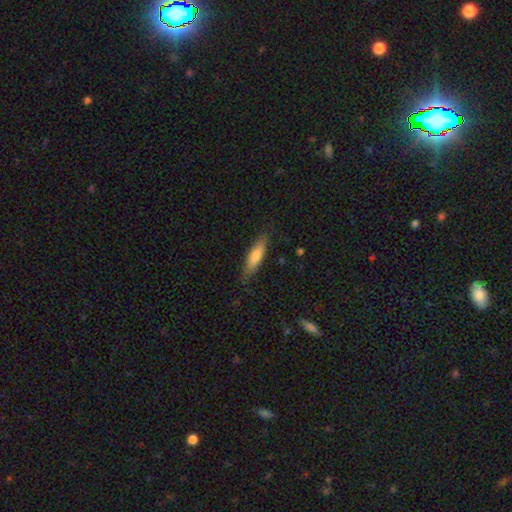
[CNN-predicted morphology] Smooth or featured?
  - smooth: 66% *
  - featured or disk: 28%
  - star or artifact: 6%
How rounded?
  - cigar-shaped: 75% *
  - in between: 24%
  - round: 2%
Merging?
  - none: 83% *
  - minor disturbance: 13%
  - major disturbance: 3%
  - merger: 1%